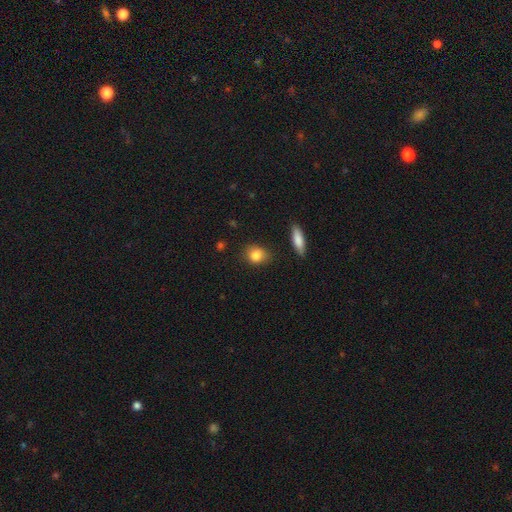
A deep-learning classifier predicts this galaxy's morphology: Q: Smooth or featured?
A: smooth (83%); runner-up: star or artifact (9%)
Q: How rounded?
A: round (52%); runner-up: in between (45%)
Q: Merging?
A: none (80%); runner-up: minor disturbance (15%)